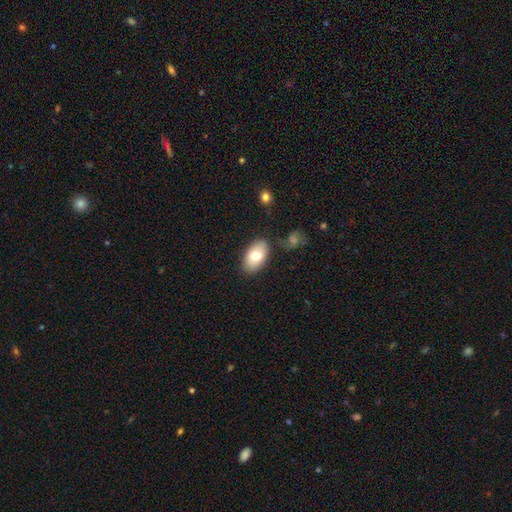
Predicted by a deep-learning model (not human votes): A smooth galaxy with no disk features (73%) that is in between round and cigar-shaped (93%). Merging: none (81%).